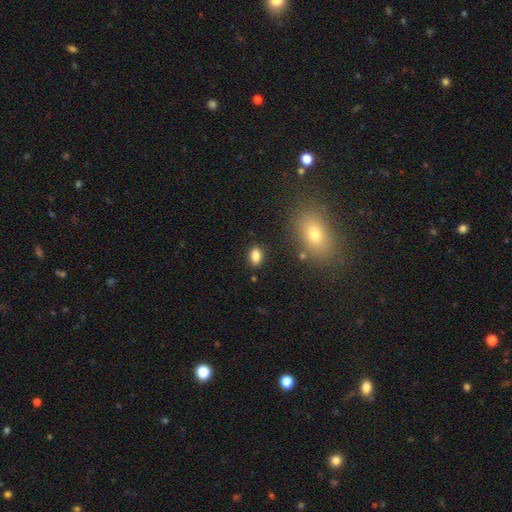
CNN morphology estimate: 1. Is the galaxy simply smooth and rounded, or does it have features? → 83% smooth, 10% star or artifact, 6% featured or disk.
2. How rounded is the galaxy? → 82% in between, 16% round, 2% cigar-shaped.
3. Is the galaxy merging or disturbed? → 83% none, 11% minor disturbance, 3% merger, 3% major disturbance.